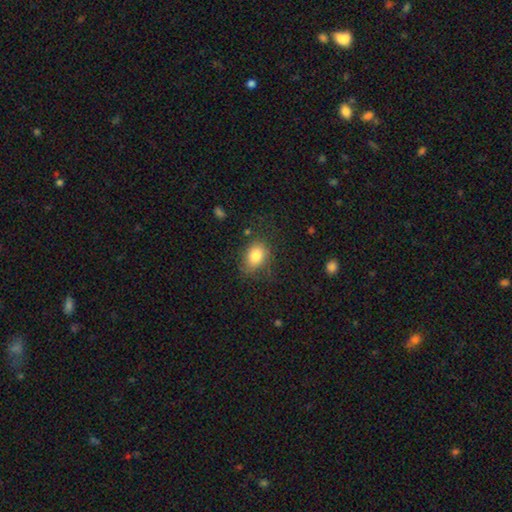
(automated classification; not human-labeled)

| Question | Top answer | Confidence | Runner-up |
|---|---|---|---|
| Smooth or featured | smooth | 81% | star or artifact (10%) |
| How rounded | in between | 65% | round (34%) |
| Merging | none | 71% | minor disturbance (20%) |